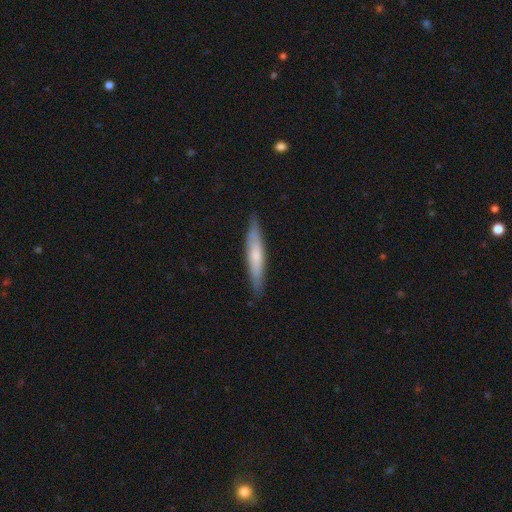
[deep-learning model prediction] Smooth or featured?
  - smooth: 58% *
  - featured or disk: 37%
  - star or artifact: 5%
How rounded?
  - cigar-shaped: 90% *
  - in between: 9%
  - round: 1%
Merging?
  - none: 85% *
  - minor disturbance: 12%
  - major disturbance: 2%
  - merger: 1%